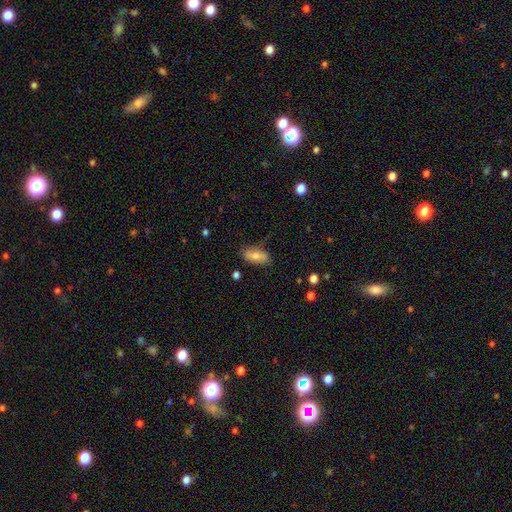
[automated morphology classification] Smooth or featured: smooth — 76% (featured or disk — 18%)
How rounded: in between — 85% (cigar-shaped — 12%)
Merging: none — 71% (minor disturbance — 21%)